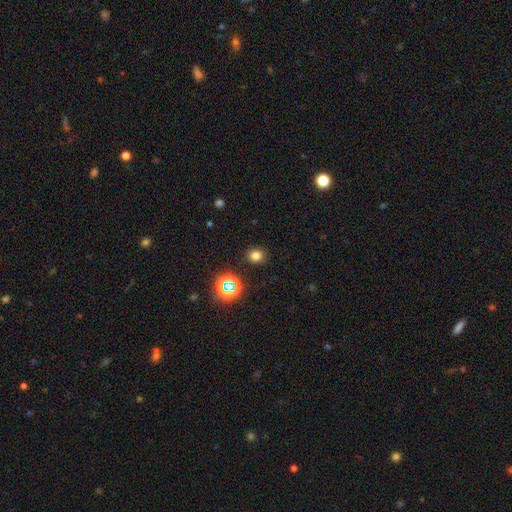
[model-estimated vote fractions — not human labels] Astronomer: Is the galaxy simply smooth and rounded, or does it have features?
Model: smooth — 75%.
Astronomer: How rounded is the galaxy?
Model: round — 80%.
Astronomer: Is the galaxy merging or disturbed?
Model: none — 90%.